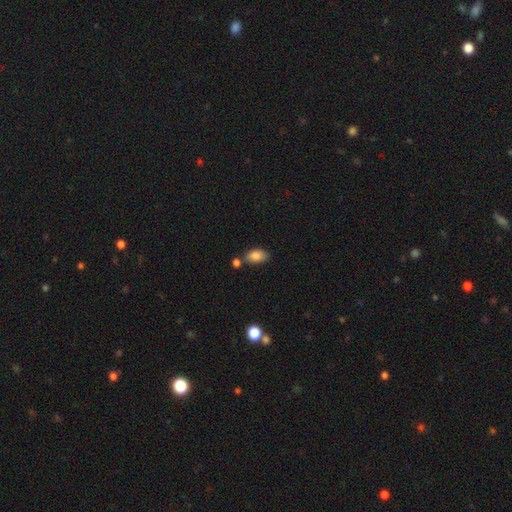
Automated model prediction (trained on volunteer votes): Morphology: type=smooth (85%); roundness=in between (91%); merging=none (62%).